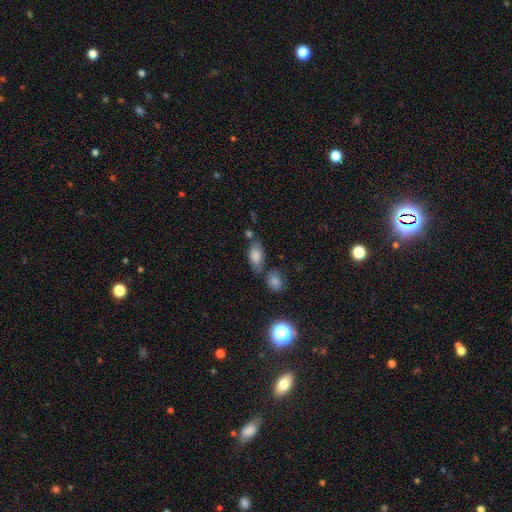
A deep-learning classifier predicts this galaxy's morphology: smooth-or-featured: smooth: 79% | featured or disk: 11% | star or artifact: 10%
  how-rounded: in between: 90% | round: 6% | cigar-shaped: 4%
  merging: none: 58% | merger: 19% | minor disturbance: 18% | major disturbance: 6%